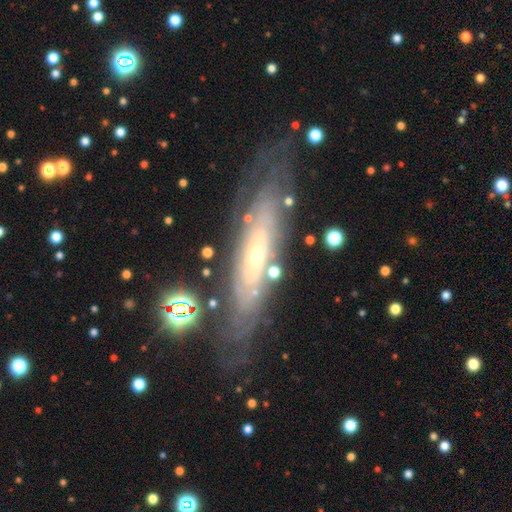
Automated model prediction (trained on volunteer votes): Smooth or featured: featured or disk — 76% (smooth — 16%)
Edge-on disk: no — 69% (yes — 31%)
Bar: no — 78% (weak — 16%)
Spiral arms: yes — 76% (no — 24%)
Bulge size: small — 75% (moderate — 20%)
Merging: none — 77% (minor disturbance — 15%)